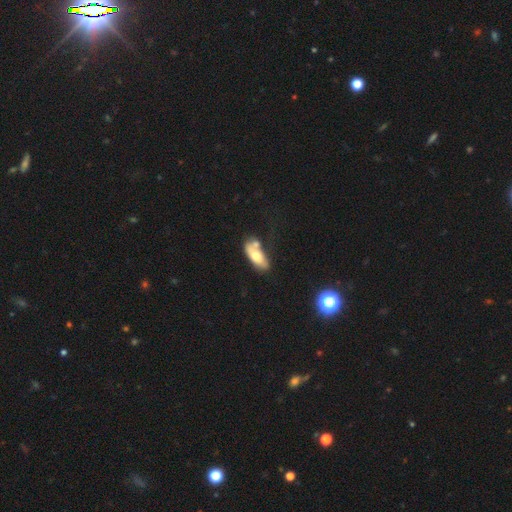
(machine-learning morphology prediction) smooth 62%, featured or disk 32%, star or artifact 7%. Down the decision tree: how rounded — in between (80%); merging — none (44%).